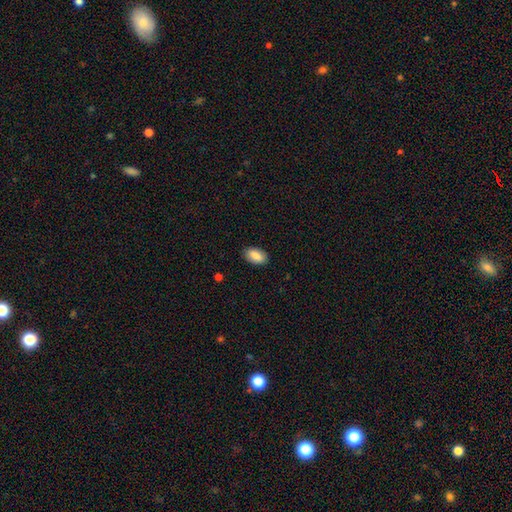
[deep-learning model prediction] Smooth or featured: smooth — 86% (featured or disk — 7%)
How rounded: in between — 94% (round — 4%)
Merging: none — 88% (minor disturbance — 9%)